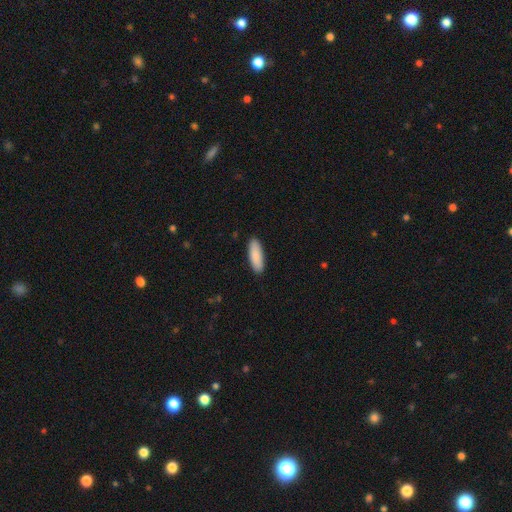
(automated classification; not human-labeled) smooth 89%, featured or disk 6%, star or artifact 5%. Down the decision tree: how rounded — in between (61%); merging — none (90%).